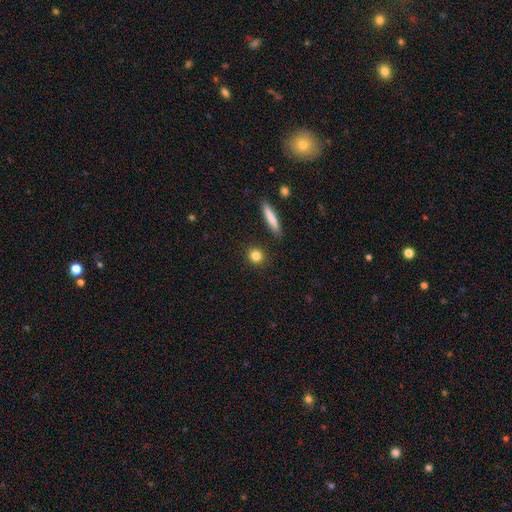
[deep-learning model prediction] Smooth or featured? smooth (83%)
How rounded? round (81%)
Merging? none (90%)